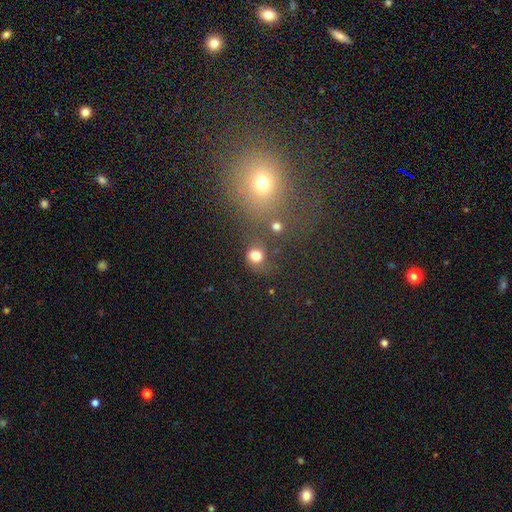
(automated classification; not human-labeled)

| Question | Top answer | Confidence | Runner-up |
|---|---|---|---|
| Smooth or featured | smooth | 77% | star or artifact (14%) |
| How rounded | round | 77% | in between (22%) |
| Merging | none | 53% | minor disturbance (18%) |